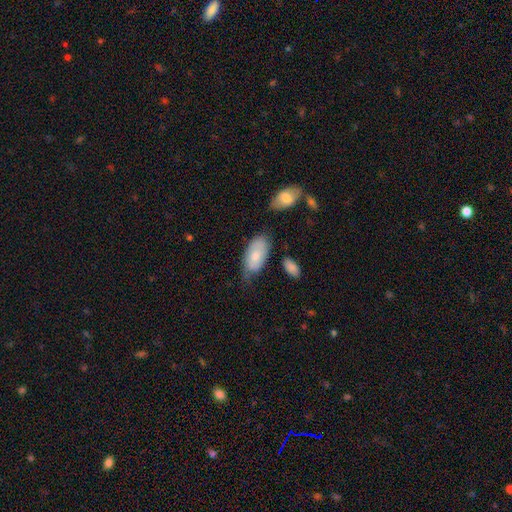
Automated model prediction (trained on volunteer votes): A smooth galaxy with no disk features (68%) that is in between round and cigar-shaped (94%).

Vote fractions:
- Smooth or featured? smooth: 68% / featured or disk: 26% / star or artifact: 6%
- How rounded? in between: 94% / cigar-shaped: 3% / round: 3%
- Merging? none: 50% / minor disturbance: 33% / major disturbance: 11% / merger: 6%